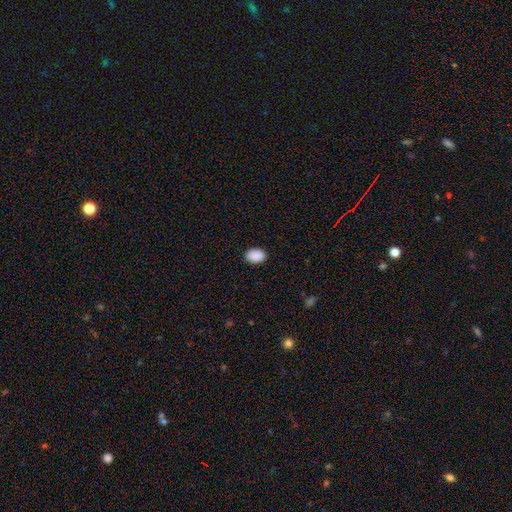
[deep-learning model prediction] smooth-or-featured: smooth: 91% | star or artifact: 7% | featured or disk: 2%
  how-rounded: in between: 82% | round: 17% | cigar-shaped: 1%
  merging: none: 89% | minor disturbance: 8% | major disturbance: 2% | merger: 1%